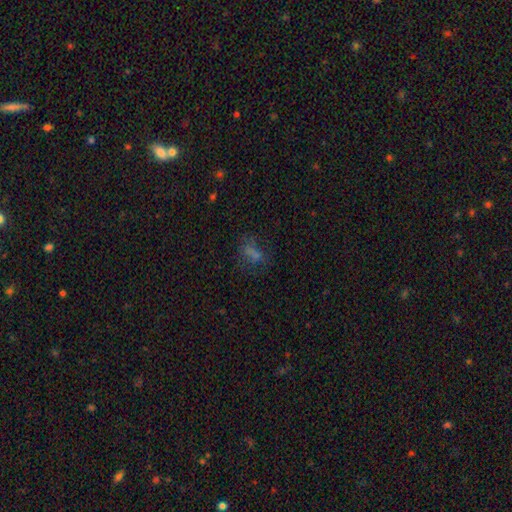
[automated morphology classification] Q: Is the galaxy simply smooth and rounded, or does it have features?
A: smooth — 53%.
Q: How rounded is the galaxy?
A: in between — 69%.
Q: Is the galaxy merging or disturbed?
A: none — 57%.